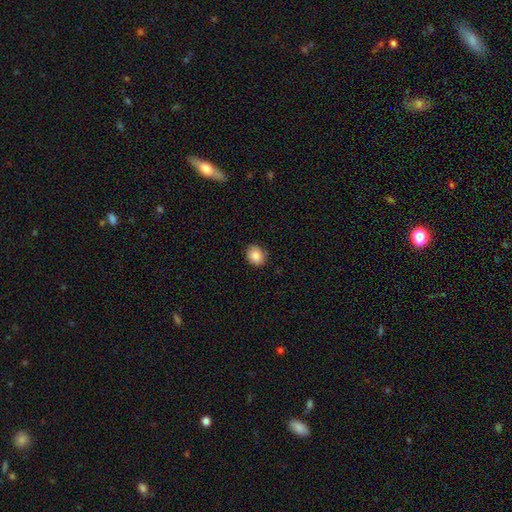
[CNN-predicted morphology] smooth-or-featured: smooth: 86% | star or artifact: 8% | featured or disk: 5%
  how-rounded: round: 57% | in between: 42% | cigar-shaped: 1%
  merging: none: 79% | minor disturbance: 17% | major disturbance: 3% | merger: 1%